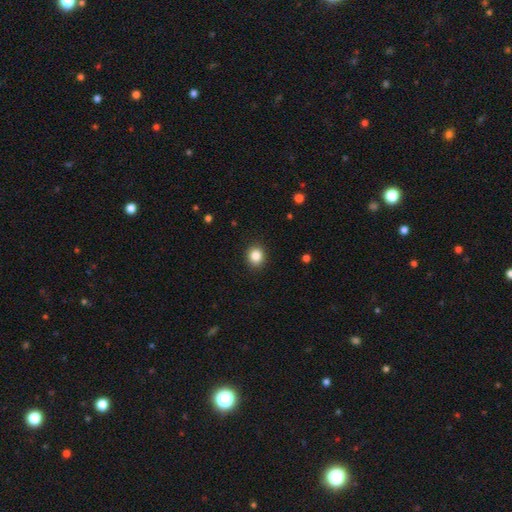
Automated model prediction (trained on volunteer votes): Smooth or featured: smooth — 85% (star or artifact — 10%)
How rounded: round — 75% (in between — 24%)
Merging: none — 91% (minor disturbance — 6%)